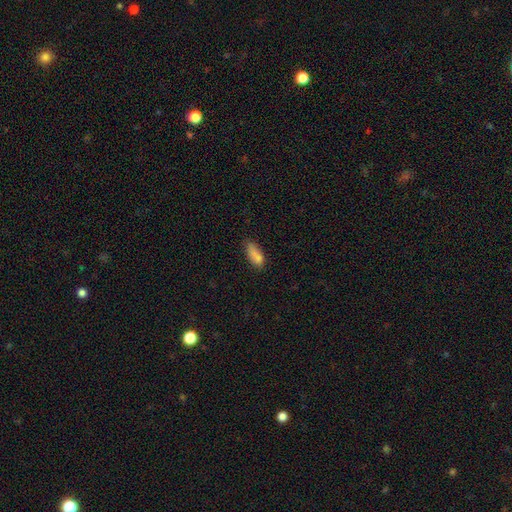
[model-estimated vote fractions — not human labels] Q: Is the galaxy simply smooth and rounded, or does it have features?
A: smooth — 83%.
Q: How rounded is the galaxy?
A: in between — 78%.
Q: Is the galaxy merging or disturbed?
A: none — 59%.